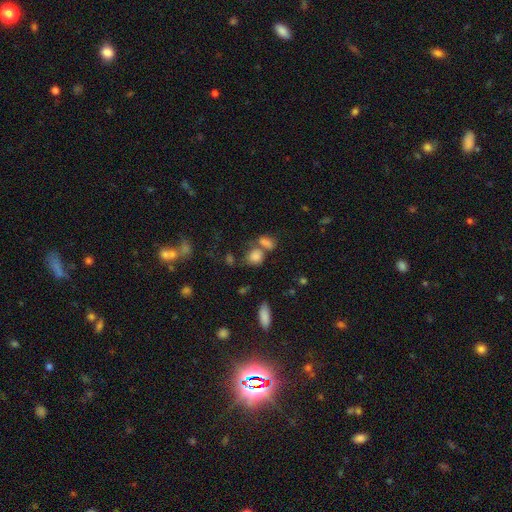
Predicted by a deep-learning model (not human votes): A smooth galaxy with no disk features (80%) that is round (57%). Merging: none (47%).